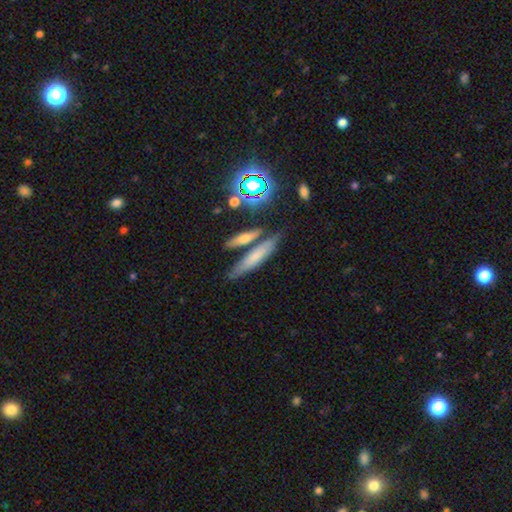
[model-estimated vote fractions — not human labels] This is likely a smooth galaxy (64%). How rounded: likely cigar-shaped (76%). Merging: likely none (67%).